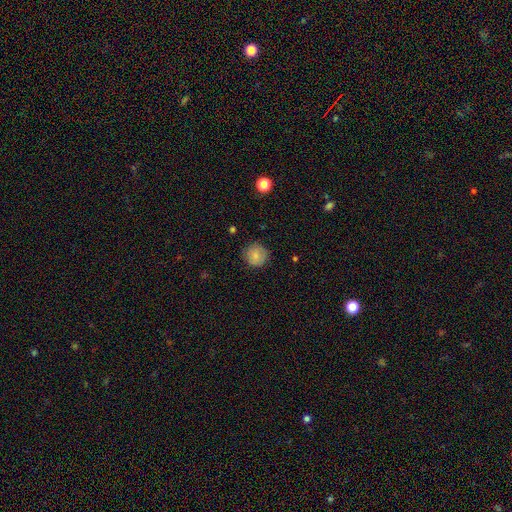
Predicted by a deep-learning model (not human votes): Overall: smooth (79%). How rounded: round (93%). Merging: none (85%).